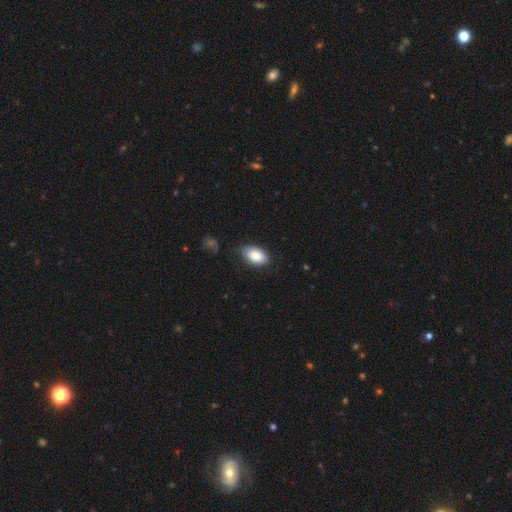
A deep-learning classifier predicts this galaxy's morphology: smooth_or_featured: smooth (p=0.84) [alt: featured or disk p=0.09]
how_rounded: in between (p=0.93) [alt: round p=0.06]
merging: none (p=0.70) [alt: minor disturbance p=0.23]